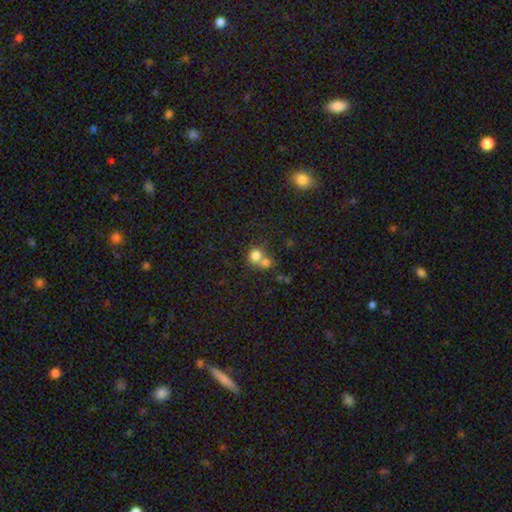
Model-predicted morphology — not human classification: Smooth or featured? smooth (77%)
How rounded? round (76%)
Merging? merger (58%)